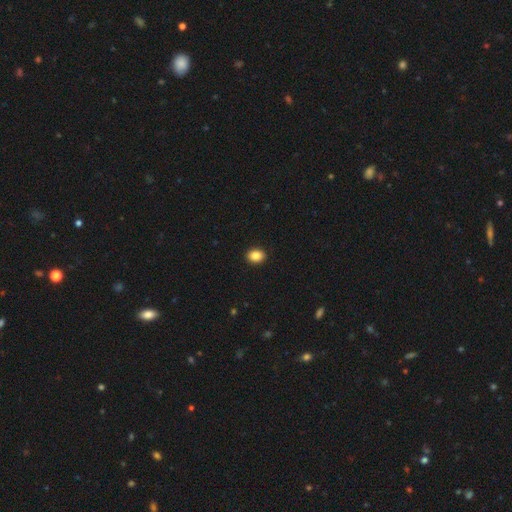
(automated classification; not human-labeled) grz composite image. It shows a smooth galaxy with no disk features (88%) that is in between round and cigar-shaped (59%). Merging: none (92%).